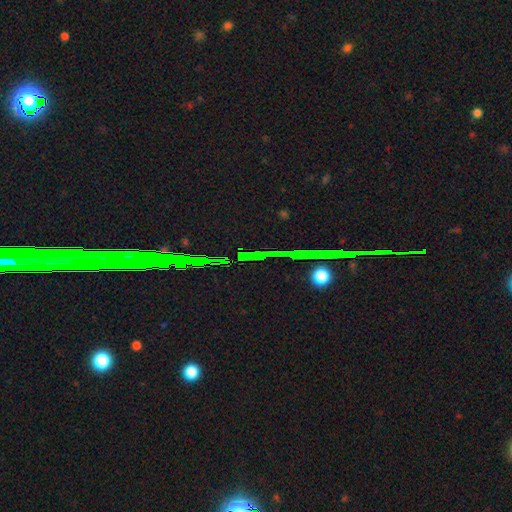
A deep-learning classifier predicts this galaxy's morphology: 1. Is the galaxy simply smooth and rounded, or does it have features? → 78% star or artifact, 12% featured or disk, 10% smooth.